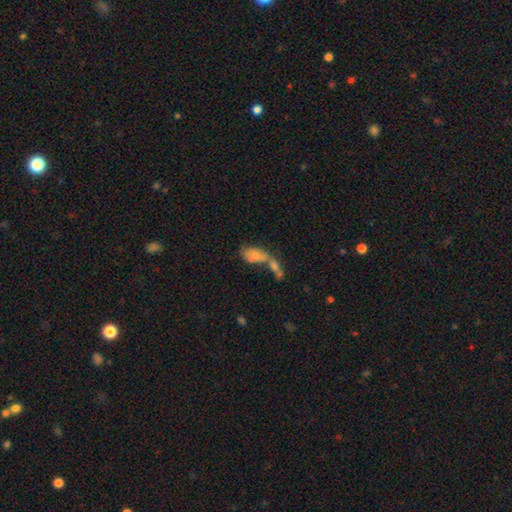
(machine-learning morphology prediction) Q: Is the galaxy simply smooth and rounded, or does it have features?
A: smooth — 67%.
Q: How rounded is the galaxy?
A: in between — 88%.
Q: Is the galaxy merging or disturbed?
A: merger — 64%.